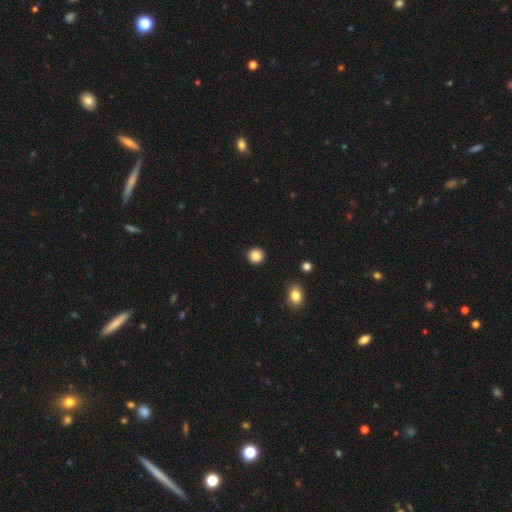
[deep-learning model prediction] The model was most divided on "smooth or featured": smooth: 86%, star or artifact: 10%, featured or disk: 4%. More confident: how rounded — round (94%); merging — none (93%).